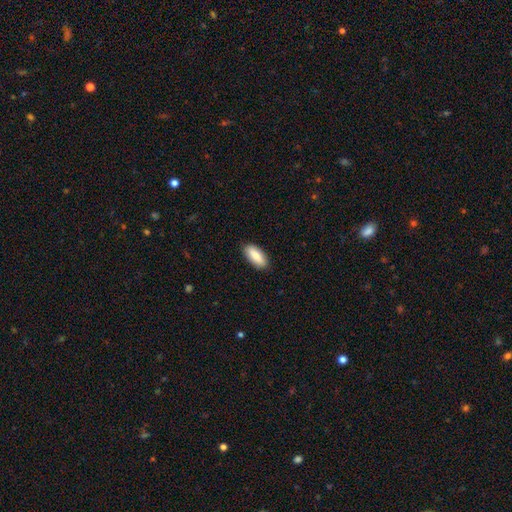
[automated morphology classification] smooth 87%, featured or disk 7%, star or artifact 6%. Down the decision tree: how rounded — in between (85%); merging — none (89%).